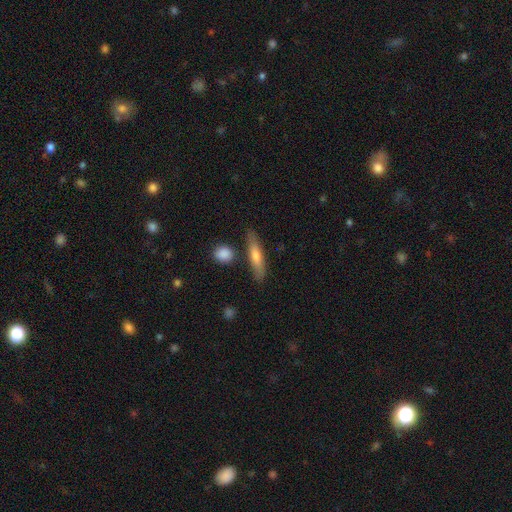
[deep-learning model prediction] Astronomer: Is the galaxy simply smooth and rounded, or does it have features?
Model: smooth — 60%.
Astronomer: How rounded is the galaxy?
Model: cigar-shaped — 81%.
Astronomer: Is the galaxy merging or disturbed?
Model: none — 80%.